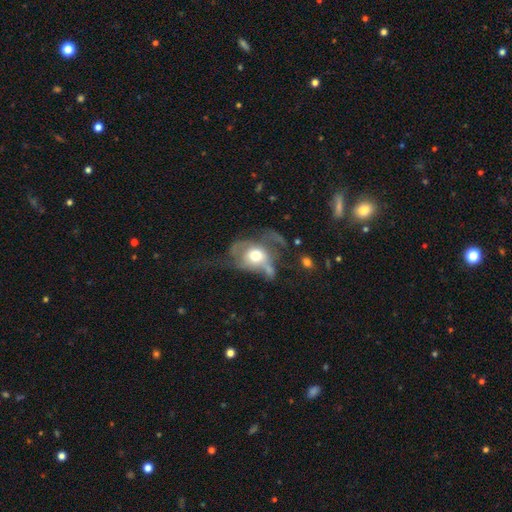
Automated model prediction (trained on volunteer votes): Smooth or featured? Predicted: featured or disk (p=0.48). Merging? Predicted: major disturbance (p=0.51).